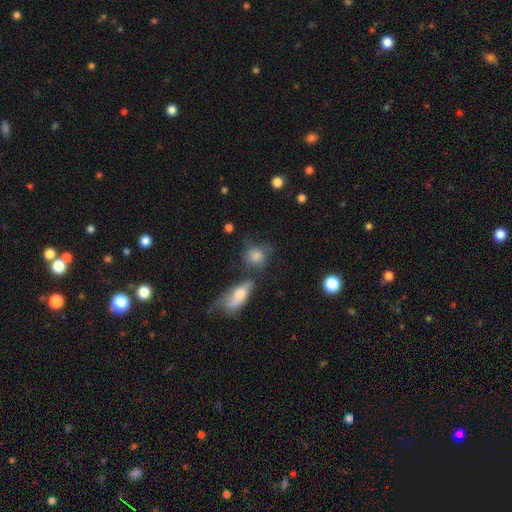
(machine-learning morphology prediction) A smooth galaxy with no disk features (71%) that is round (65%).

Vote fractions:
- Smooth or featured? smooth: 71% / featured or disk: 18% / star or artifact: 10%
- How rounded? round: 65% / in between: 32% / cigar-shaped: 3%
- Merging? none: 47% / minor disturbance: 23% / merger: 16% / major disturbance: 13%